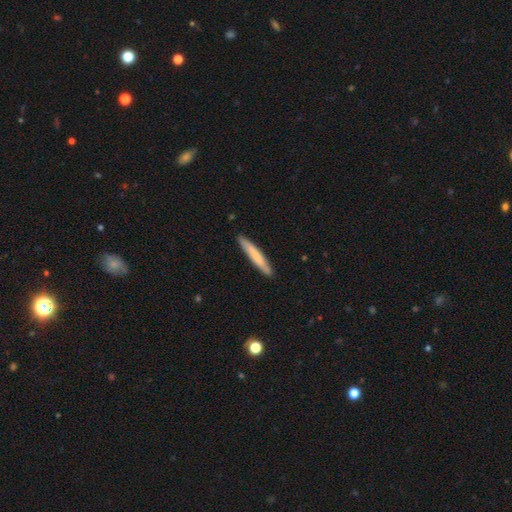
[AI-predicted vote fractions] The model was most divided on "smooth or featured": smooth: 68%, featured or disk: 28%, star or artifact: 5%. More confident: how rounded — cigar-shaped (94%); merging — none (90%).